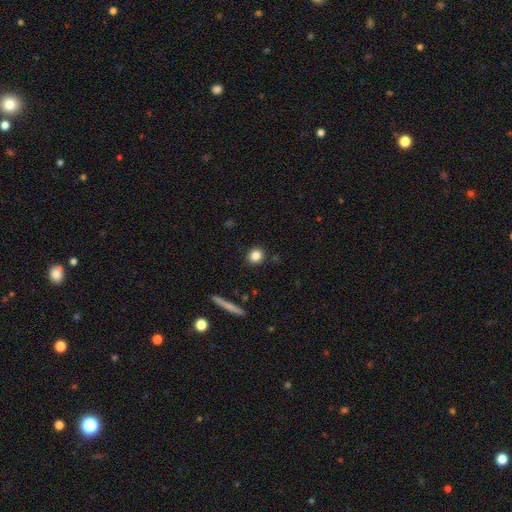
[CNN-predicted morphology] This appears to be a smooth galaxy with no disk features (84%) that is round (87%). Merging: none (90%).